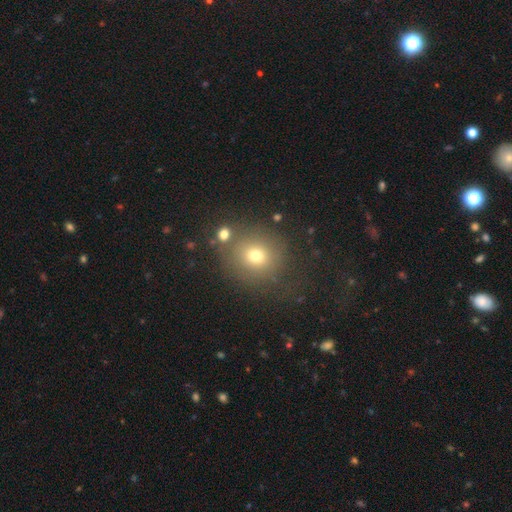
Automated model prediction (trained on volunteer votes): Smooth or featured?
  - smooth: 70% *
  - star or artifact: 17%
  - featured or disk: 13%
How rounded?
  - round: 86% *
  - in between: 13%
  - cigar-shaped: 1%
Merging?
  - none: 73% *
  - minor disturbance: 12%
  - merger: 8%
  - major disturbance: 7%